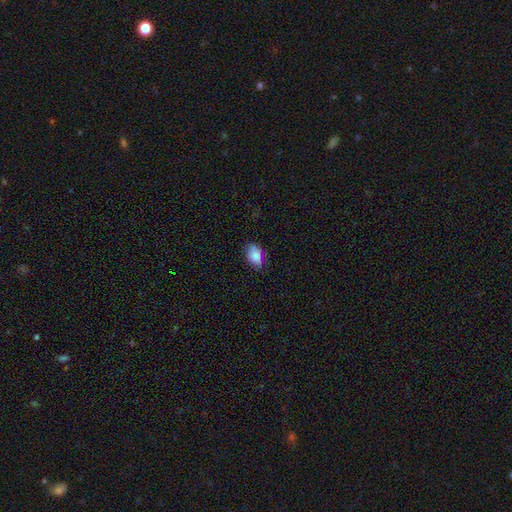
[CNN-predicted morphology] Q: Smooth or featured?
A: smooth (85%); runner-up: star or artifact (9%)
Q: How rounded?
A: in between (86%); runner-up: round (13%)
Q: Merging?
A: none (76%); runner-up: minor disturbance (19%)